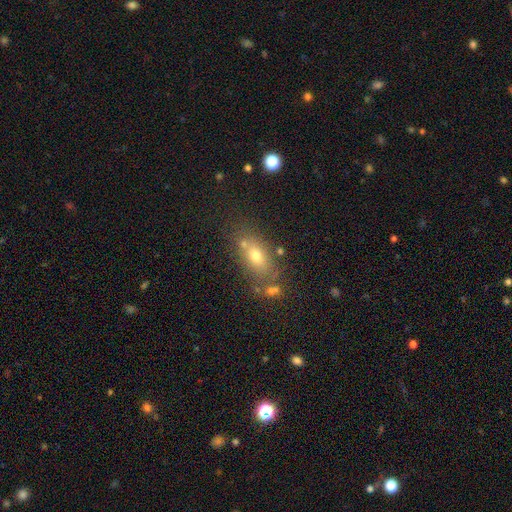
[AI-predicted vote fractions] The model was most divided on "smooth or featured": smooth: 66%, featured or disk: 20%, star or artifact: 14%. More confident: how rounded — in between (77%); merging — none (65%).